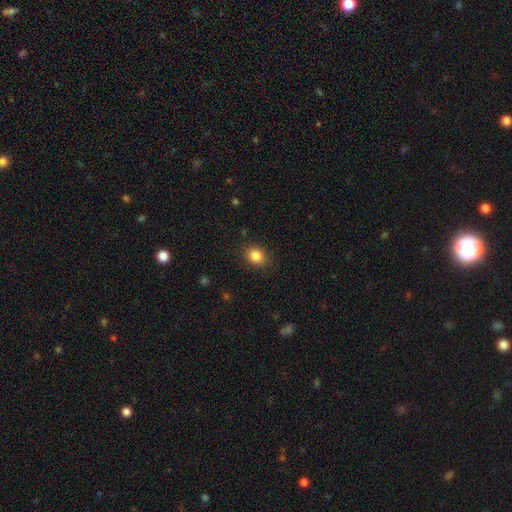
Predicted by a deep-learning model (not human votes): A smooth galaxy with no disk features (85%) that is round (65%). Merging: none (86%).